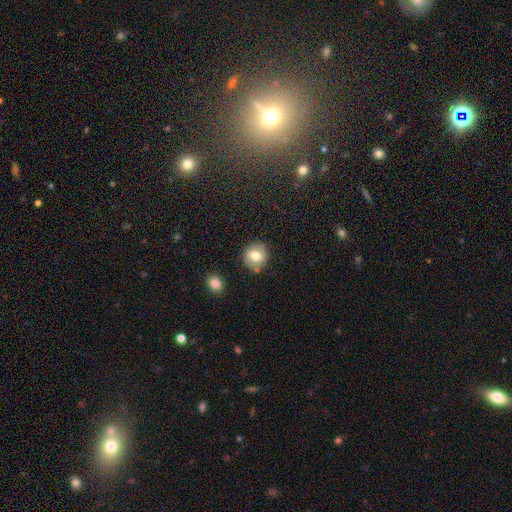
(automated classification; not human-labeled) Smooth or featured? Predicted: smooth (p=0.78). How rounded? Predicted: round (p=0.85). Merging? Predicted: none (p=0.80).